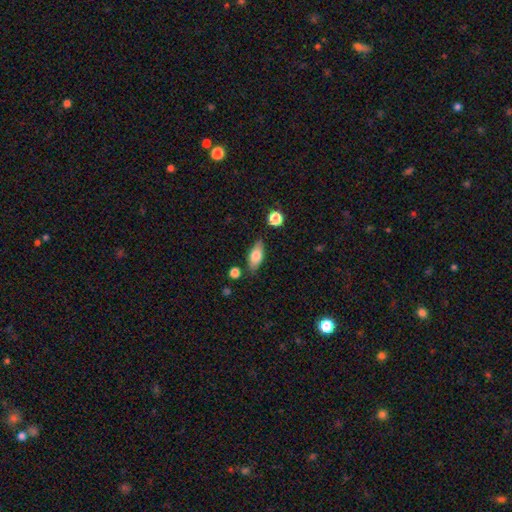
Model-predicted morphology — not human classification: Overall: smooth (73%). How rounded: in between (82%). Merging: none (81%).